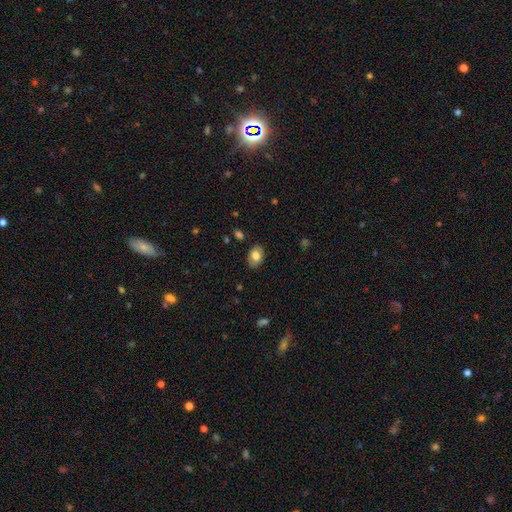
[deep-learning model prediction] Q: Smooth or featured?
A: smooth (73%); runner-up: featured or disk (19%)
Q: How rounded?
A: in between (78%); runner-up: round (21%)
Q: Merging?
A: none (84%); runner-up: minor disturbance (12%)